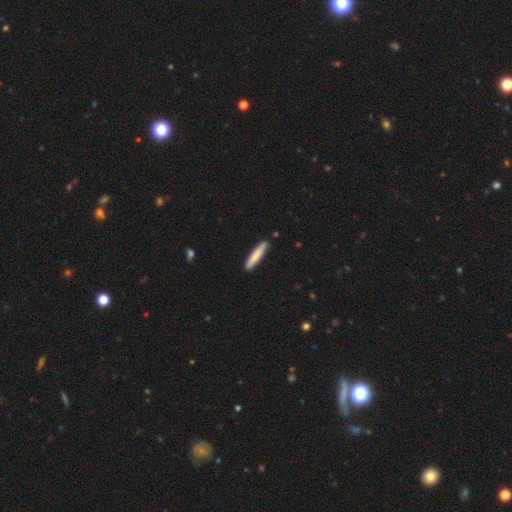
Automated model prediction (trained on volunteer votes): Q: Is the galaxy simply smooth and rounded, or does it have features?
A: smooth — 79%.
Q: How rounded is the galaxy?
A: cigar-shaped — 93%.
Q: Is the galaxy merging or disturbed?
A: none — 87%.